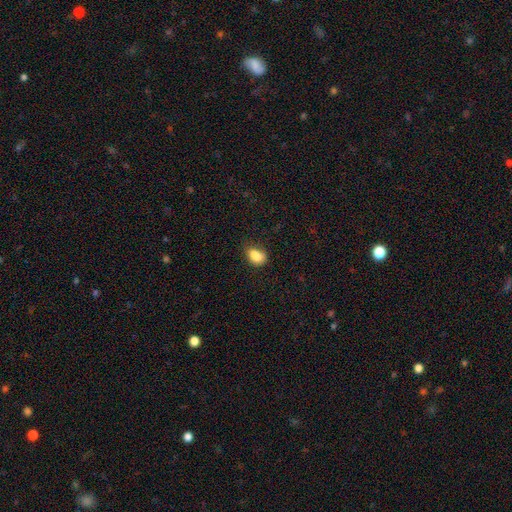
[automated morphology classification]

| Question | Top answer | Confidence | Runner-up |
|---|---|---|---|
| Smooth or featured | smooth | 85% | star or artifact (9%) |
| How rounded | in between | 79% | round (19%) |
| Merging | none | 58% | minor disturbance (29%) |